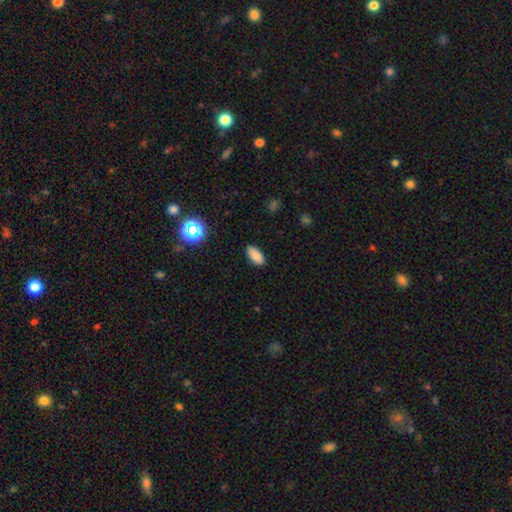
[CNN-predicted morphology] The model was most divided on "smooth or featured": smooth: 83%, star or artifact: 11%, featured or disk: 6%. More confident: how rounded — in between (92%); merging — none (87%).